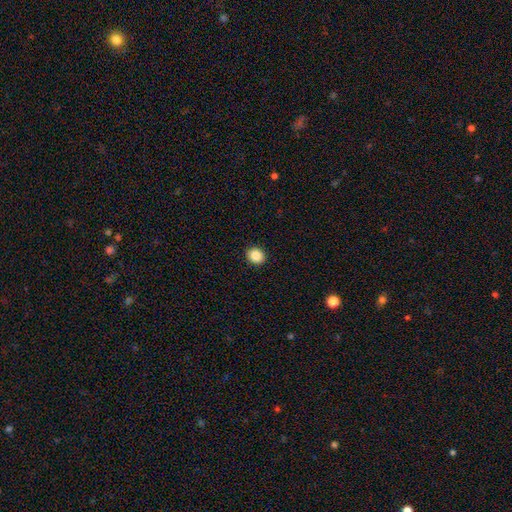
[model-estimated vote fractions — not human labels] A smooth galaxy with no disk features (87%) that is round (71%).

Vote fractions:
- Smooth or featured? smooth: 87% / star or artifact: 9% / featured or disk: 4%
- How rounded? round: 71% / in between: 29% / cigar-shaped: 1%
- Merging? none: 92% / minor disturbance: 5% / major disturbance: 2% / merger: 1%